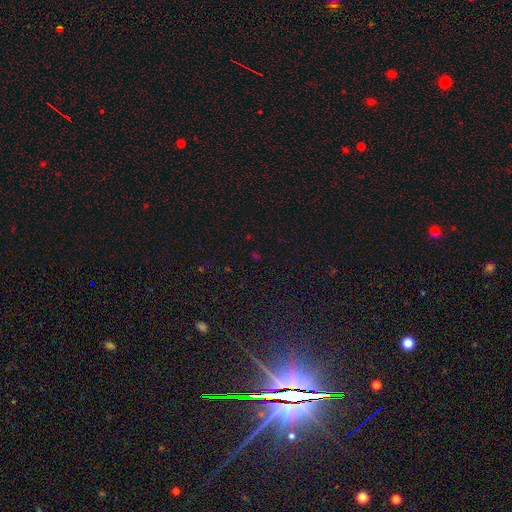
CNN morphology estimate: Q: Smooth or featured?
A: star or artifact (64%); runner-up: smooth (28%)